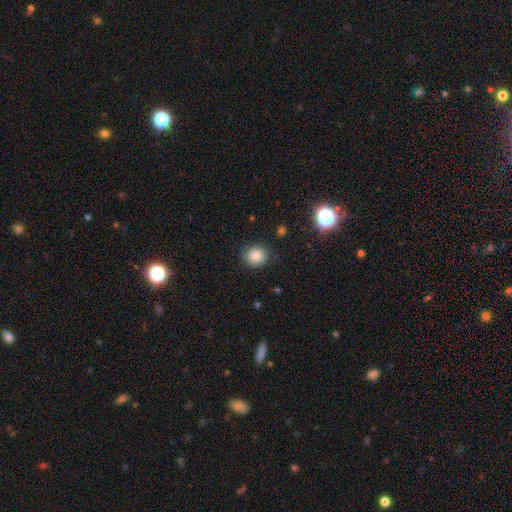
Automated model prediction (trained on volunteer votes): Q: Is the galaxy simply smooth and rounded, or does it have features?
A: smooth — 84%.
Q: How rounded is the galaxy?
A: round — 75%.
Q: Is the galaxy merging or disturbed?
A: none — 83%.